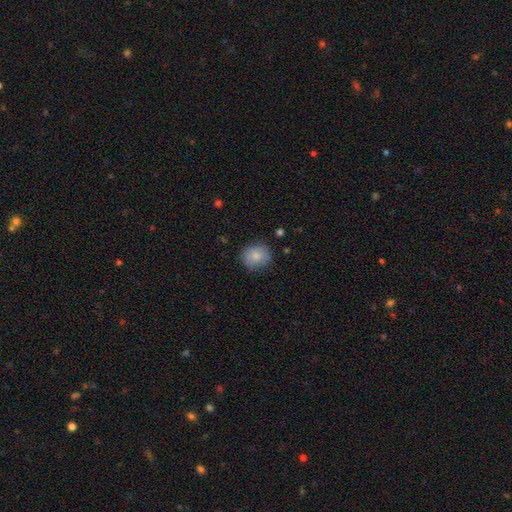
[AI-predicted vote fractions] Smooth or featured: smooth — 83% (featured or disk — 9%)
How rounded: round — 79% (in between — 20%)
Merging: none — 80% (minor disturbance — 16%)